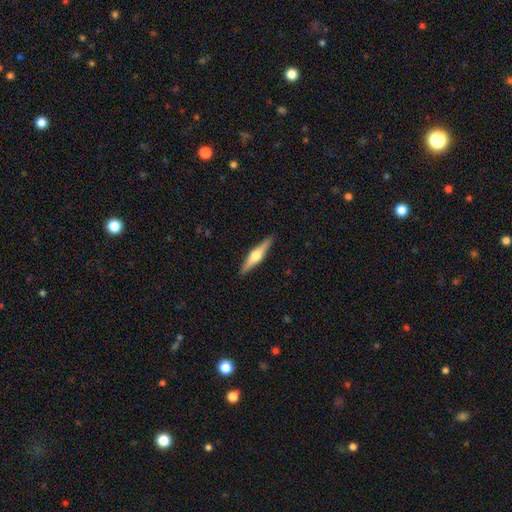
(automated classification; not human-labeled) The model was most divided on "smooth or featured": featured or disk: 66%, smooth: 28%, star or artifact: 5%. More confident: edge-on disk — yes (97%); edge-on bulge — rounded (94%); merging — none (91%).